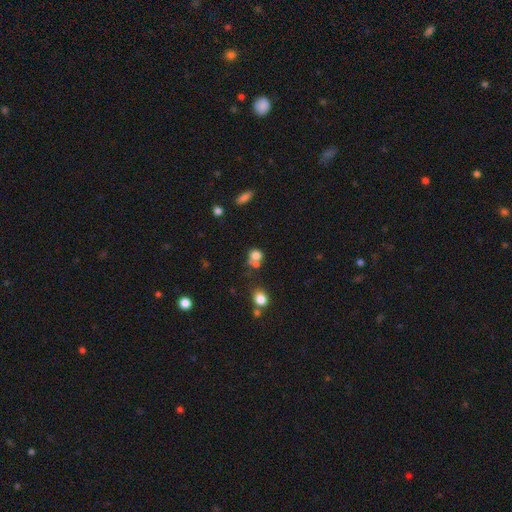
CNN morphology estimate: Smooth or featured? Predicted: smooth (p=0.75). How rounded? Predicted: round (p=0.73). Merging? Predicted: none (p=0.43).